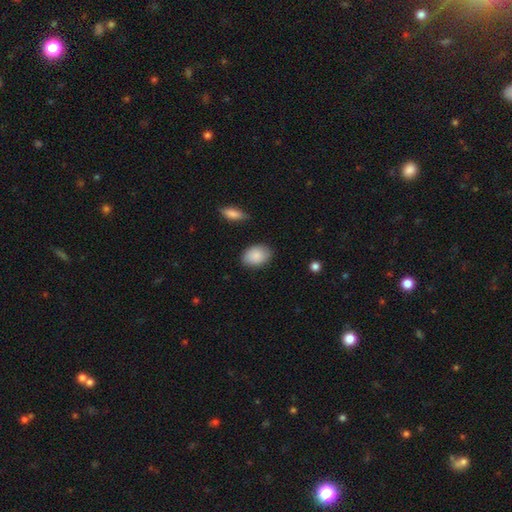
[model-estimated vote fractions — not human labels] smooth_or_featured: smooth (p=0.89) [alt: star or artifact p=0.06]
how_rounded: in between (p=0.81) [alt: round p=0.18]
merging: none (p=0.84) [alt: minor disturbance p=0.11]